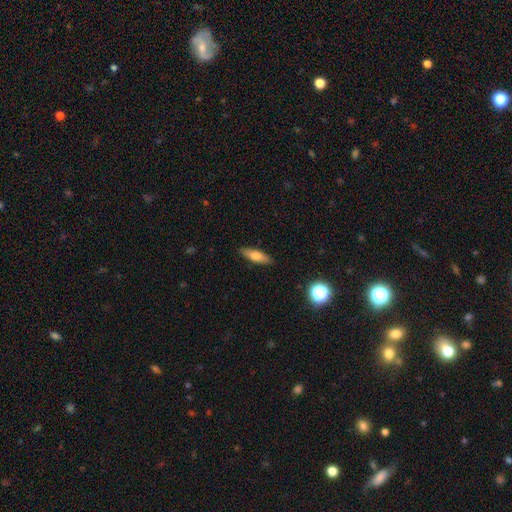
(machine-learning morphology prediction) smooth_or_featured: smooth (p=0.67) [alt: featured or disk p=0.26]
how_rounded: cigar-shaped (p=0.58) [alt: in between p=0.40]
merging: none (p=0.88) [alt: minor disturbance p=0.09]